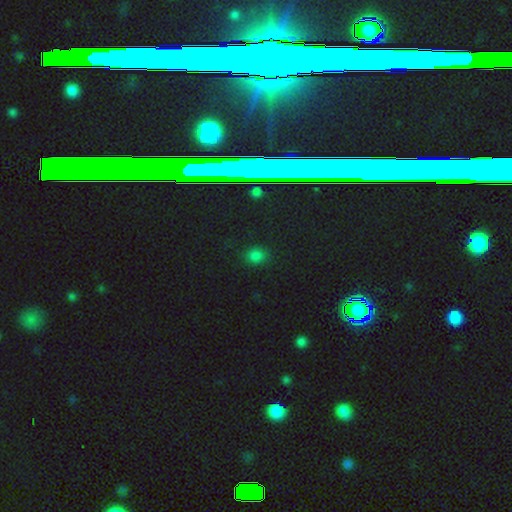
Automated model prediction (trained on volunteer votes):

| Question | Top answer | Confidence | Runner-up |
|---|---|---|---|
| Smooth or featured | smooth | 71% | star or artifact (25%) |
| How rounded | round | 69% | in between (29%) |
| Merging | none | 86% | minor disturbance (9%) |